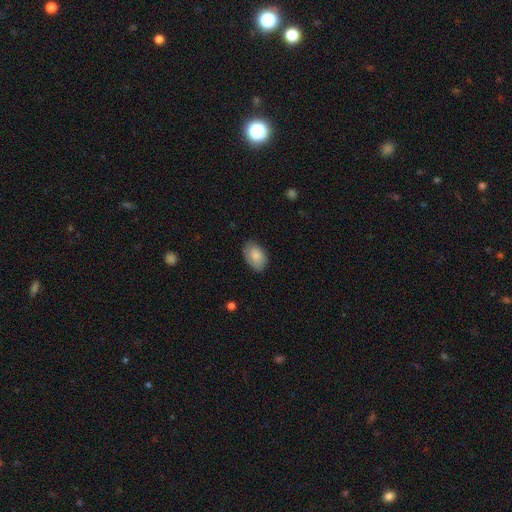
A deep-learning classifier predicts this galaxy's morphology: smooth 85%, featured or disk 9%, star or artifact 6%. Down the decision tree: how rounded — in between (90%); merging — none (79%).